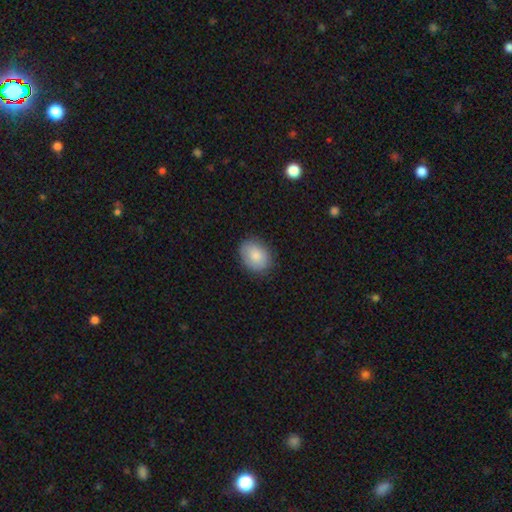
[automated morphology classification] Overall: smooth (82%). How rounded: in between (66%; round 33%). Merging: none (83%).